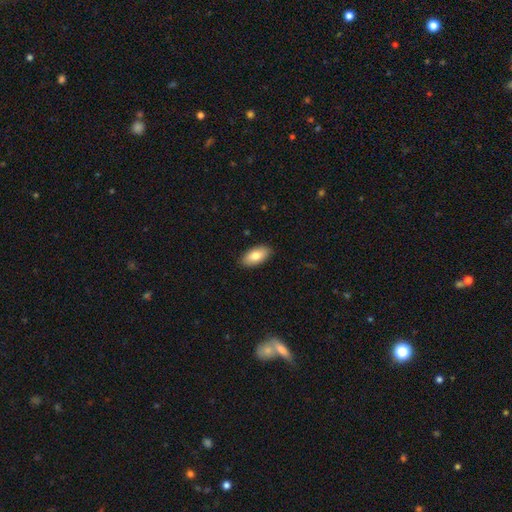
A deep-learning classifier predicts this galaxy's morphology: A smooth galaxy with no disk features (80%) that is in between round and cigar-shaped (93%).

Vote fractions:
- Smooth or featured? smooth: 80% / featured or disk: 14% / star or artifact: 6%
- How rounded? in between: 93% / cigar-shaped: 4% / round: 3%
- Merging? none: 89% / minor disturbance: 9% / major disturbance: 2% / merger: 1%